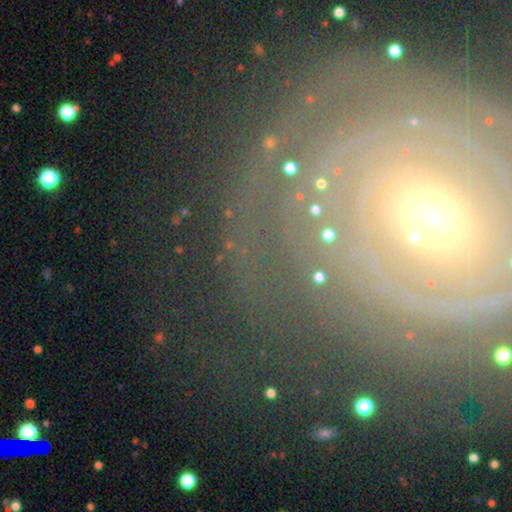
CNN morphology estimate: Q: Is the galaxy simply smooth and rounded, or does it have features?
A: featured or disk — 64%.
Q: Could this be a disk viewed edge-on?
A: no — 91%.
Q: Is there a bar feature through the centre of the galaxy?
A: no — 60%.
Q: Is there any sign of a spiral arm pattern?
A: yes — 80%.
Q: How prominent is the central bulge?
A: moderate — 44%.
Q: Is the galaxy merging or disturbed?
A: none — 75%.